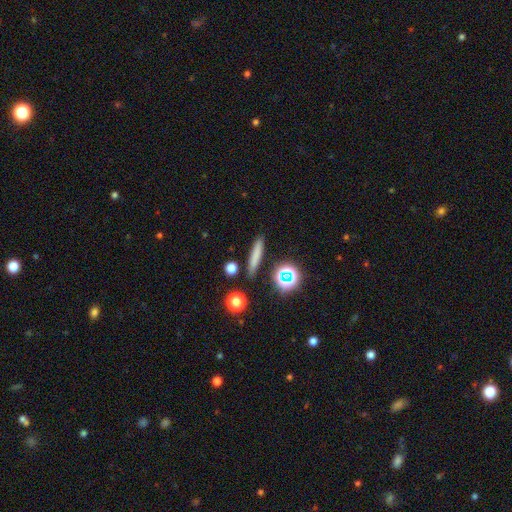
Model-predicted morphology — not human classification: The model was most divided on "smooth or featured": smooth: 72%, featured or disk: 15%, star or artifact: 13%. More confident: merging — none (87%); how rounded — cigar-shaped (87%).